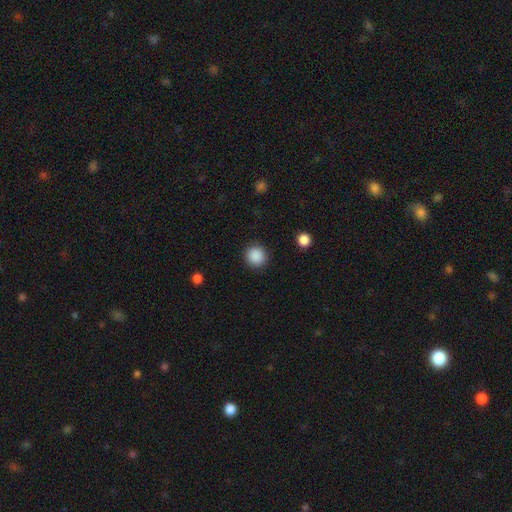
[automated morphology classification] This is clearly a smooth galaxy (89%). How rounded: clearly round (94%). Merging: clearly none (91%).